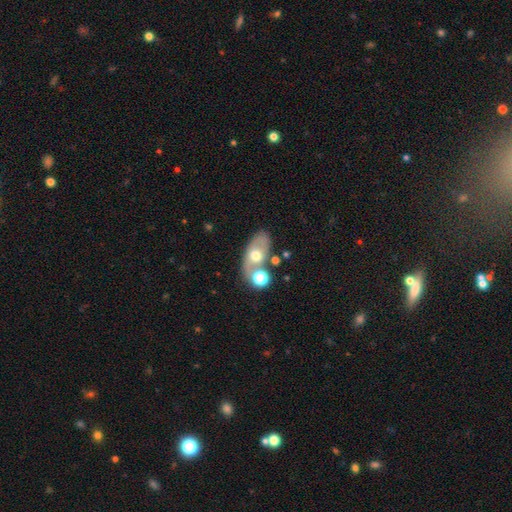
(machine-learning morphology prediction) Smooth or featured?
  - smooth: 48% *
  - featured or disk: 43%
  - star or artifact: 9%
Merging?
  - none: 52% *
  - merger: 26%
  - minor disturbance: 15%
  - major disturbance: 7%